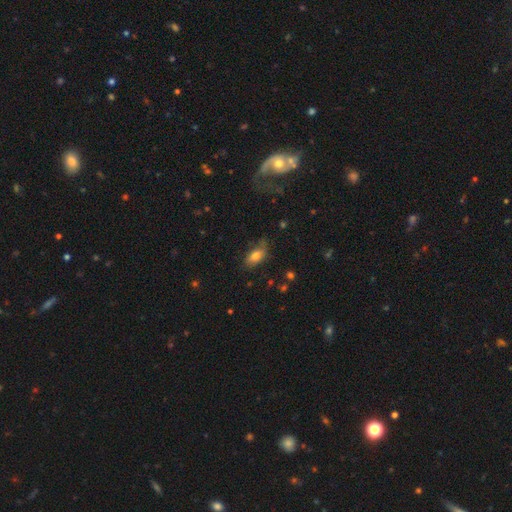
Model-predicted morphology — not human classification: Overall: smooth (77%). How rounded: in between (88%). Merging: none (63%; minor disturbance 27%).